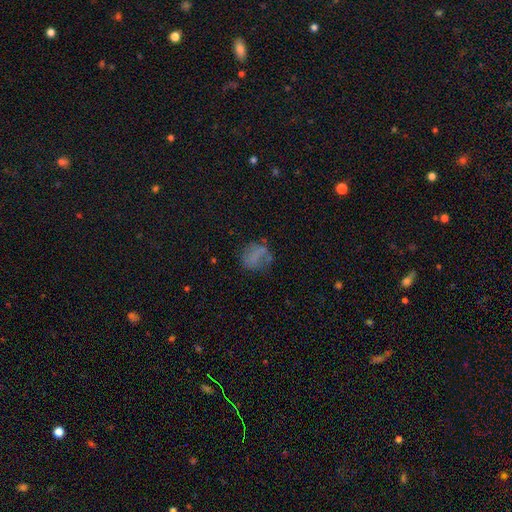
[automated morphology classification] type=smooth (63%); roundness=round (62%); merging=none (55%).